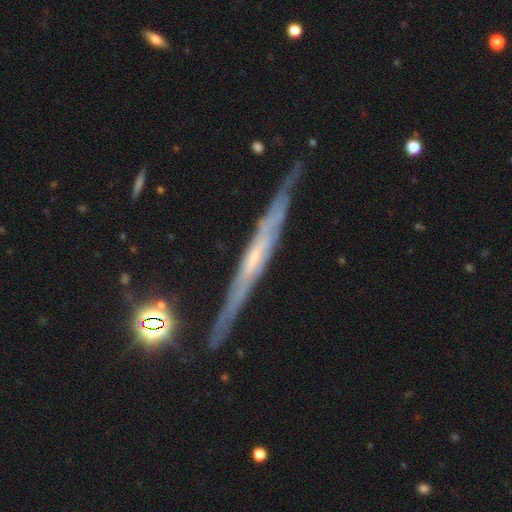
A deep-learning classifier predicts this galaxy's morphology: type=featured or disk (77%); edge-on=yes (92%); edge-on bulge=none (71%); merging=none (82%).